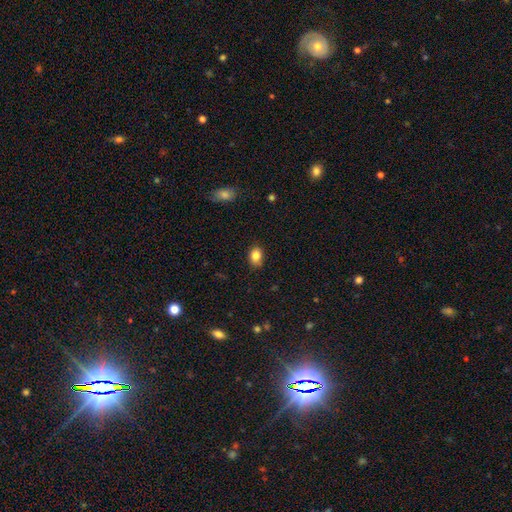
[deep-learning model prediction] This appears to be a smooth galaxy with no disk features (84%) that is in between round and cigar-shaped (67%). Merging: none (85%).